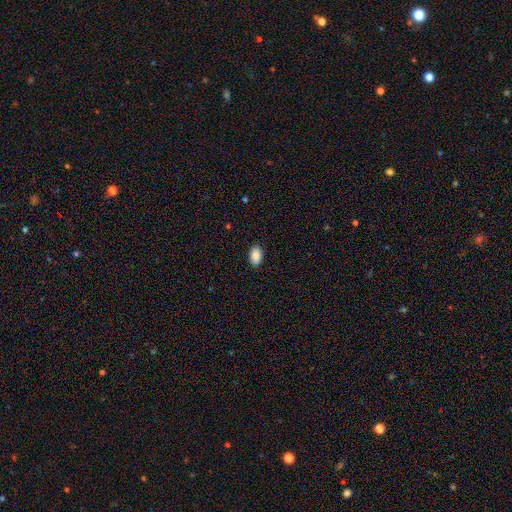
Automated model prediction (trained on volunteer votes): This is clearly a smooth galaxy (88%). How rounded: clearly in between (91%). Merging: clearly none (89%).